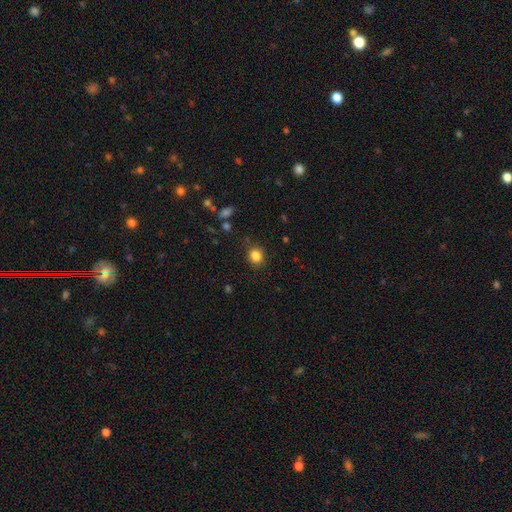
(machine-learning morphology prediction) Smooth or featured?
  - smooth: 84% *
  - star or artifact: 12%
  - featured or disk: 4%
How rounded?
  - round: 81% *
  - in between: 18%
  - cigar-shaped: 1%
Merging?
  - none: 87% *
  - minor disturbance: 9%
  - major disturbance: 3%
  - merger: 2%